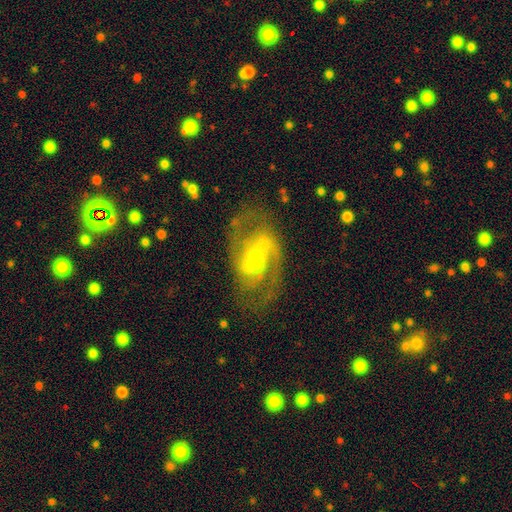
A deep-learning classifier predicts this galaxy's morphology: type=featured or disk (84%); edge-on=no (97%); bar=weak (44%); spiral arms=yes (92%); winding=medium (52%); arm count=2 (84%); bulge=small (67%); merging=none (57%).